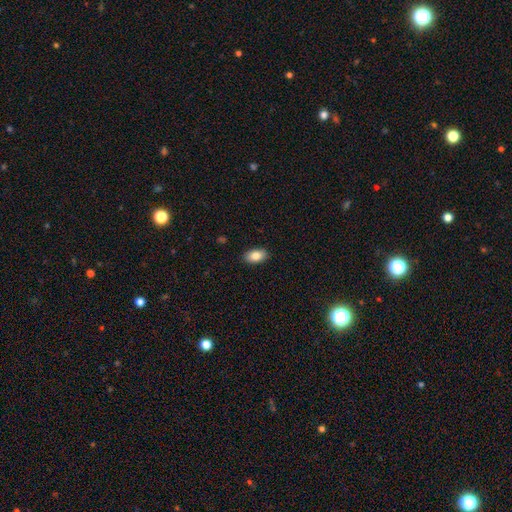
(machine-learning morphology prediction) A smooth galaxy with no disk features (85%) that is in between round and cigar-shaped (93%).

Vote fractions:
- Smooth or featured? smooth: 85% / featured or disk: 8% / star or artifact: 7%
- How rounded? in between: 93% / round: 5% / cigar-shaped: 2%
- Merging? none: 89% / minor disturbance: 8% / major disturbance: 2% / merger: 1%